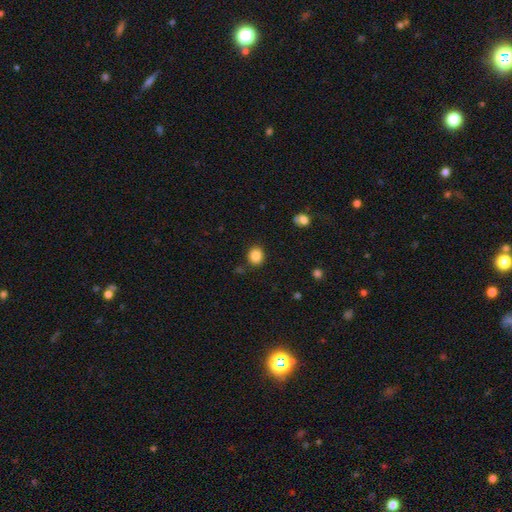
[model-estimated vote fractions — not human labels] The model was most divided on "how rounded": round: 73%, in between: 27%, cigar-shaped: 1%. More confident: merging — none (86%); smooth or featured — smooth (85%).